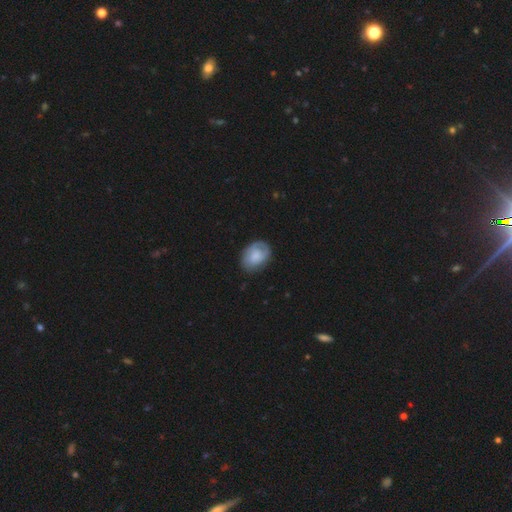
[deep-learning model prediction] Smooth or featured? smooth (57%)
How rounded? in between (74%)
Merging? none (72%)